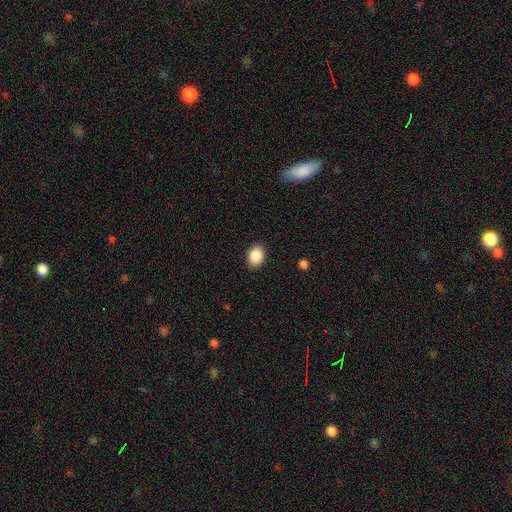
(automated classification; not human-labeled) Smooth or featured? Predicted: smooth (p=0.88). How rounded? Predicted: in between (p=0.74). Merging? Predicted: none (p=0.89).